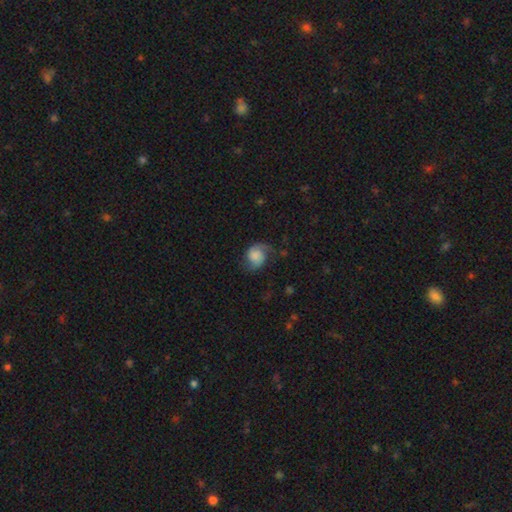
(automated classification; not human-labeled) Overall: featured or disk (49%; smooth 42%). Merging: none (54%; minor disturbance 26%).